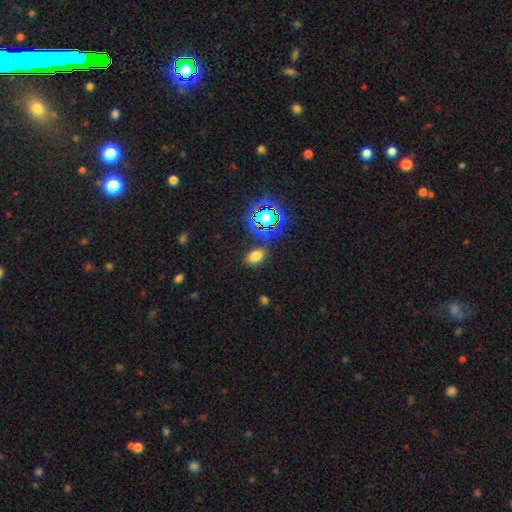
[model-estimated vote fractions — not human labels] smooth-or-featured: smooth: 70% | star or artifact: 23% | featured or disk: 7%
  how-rounded: in between: 82% | round: 16% | cigar-shaped: 2%
  merging: none: 80% | minor disturbance: 12% | merger: 4% | major disturbance: 4%